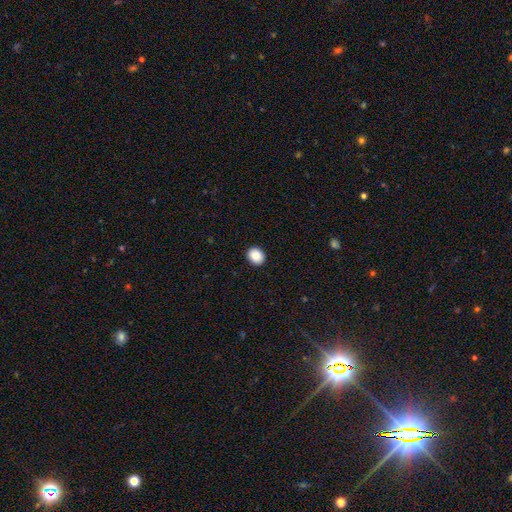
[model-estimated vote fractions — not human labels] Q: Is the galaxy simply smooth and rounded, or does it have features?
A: smooth — 87%.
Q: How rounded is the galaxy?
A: round — 65%.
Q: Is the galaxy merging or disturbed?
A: none — 92%.